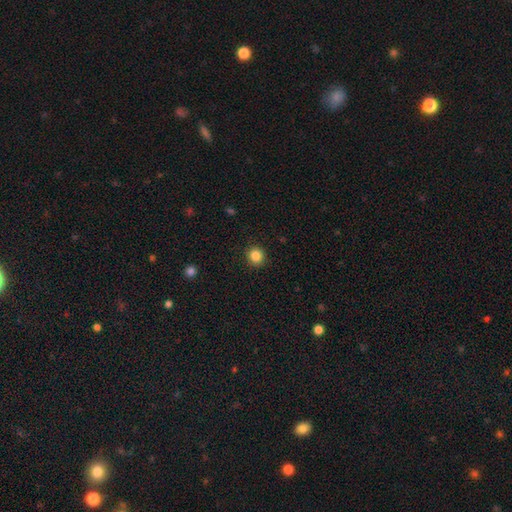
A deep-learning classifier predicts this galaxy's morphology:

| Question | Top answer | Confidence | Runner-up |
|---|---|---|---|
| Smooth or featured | smooth | 85% | star or artifact (11%) |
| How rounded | round | 91% | in between (9%) |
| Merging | none | 91% | minor disturbance (6%) |